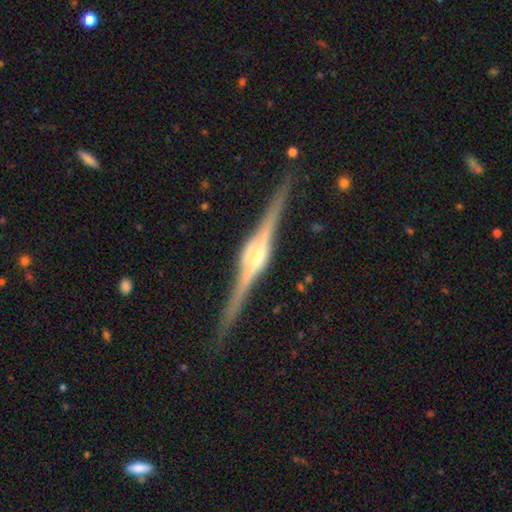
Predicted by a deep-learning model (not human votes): This is clearly a featured or disk galaxy (89%). It is clearly viewed edge-on (98%). Edge-on bulge: clearly rounded (86%). Merging: clearly none (87%).